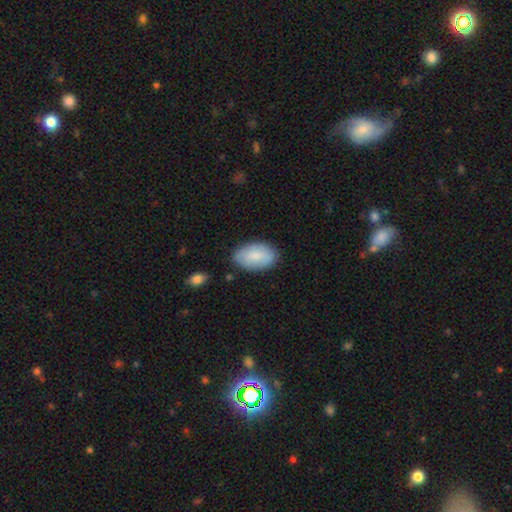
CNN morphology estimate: smooth 80%, featured or disk 14%, star or artifact 6%. Down the decision tree: how rounded — in between (94%); merging — none (80%).